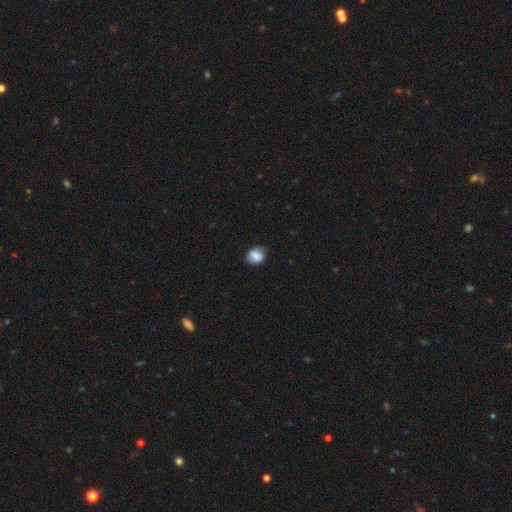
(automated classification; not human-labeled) The model was most divided on "how rounded": round: 63%, in between: 36%, cigar-shaped: 1%. More confident: smooth or featured — smooth (84%); merging — none (82%).